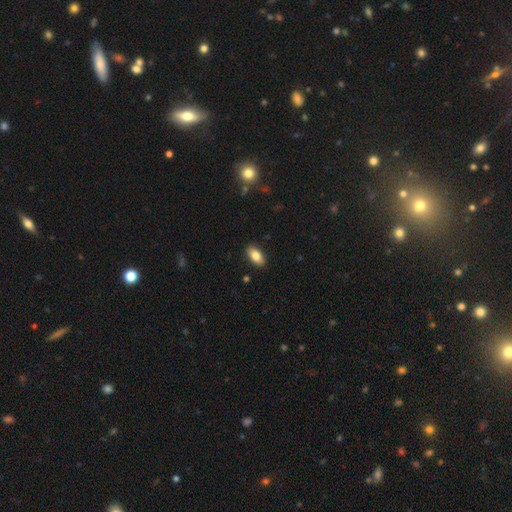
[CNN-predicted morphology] The model was most divided on "smooth or featured": smooth: 83%, featured or disk: 9%, star or artifact: 7%. More confident: how rounded — in between (91%); merging — none (89%).